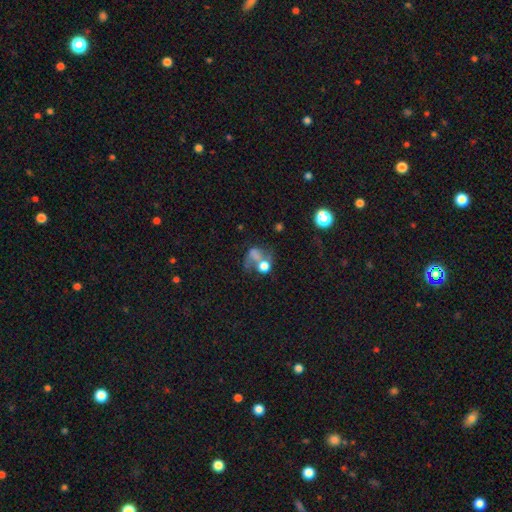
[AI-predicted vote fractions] Morphology: type=smooth (54%); roundness=round (58%); merging=merger (45%).